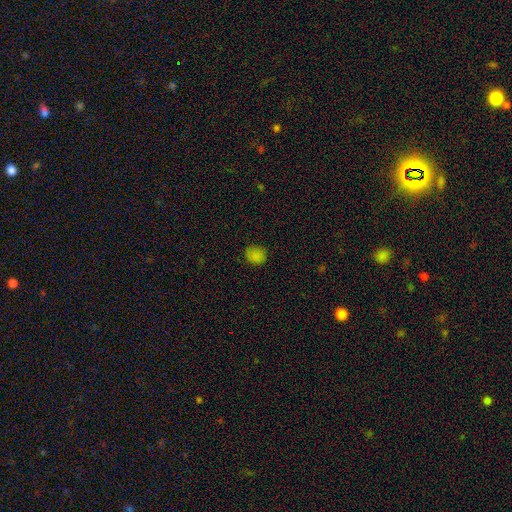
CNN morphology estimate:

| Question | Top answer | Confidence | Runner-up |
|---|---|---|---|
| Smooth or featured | smooth | 79% | star or artifact (17%) |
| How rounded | round | 76% | in between (23%) |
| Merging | none | 82% | minor disturbance (14%) |